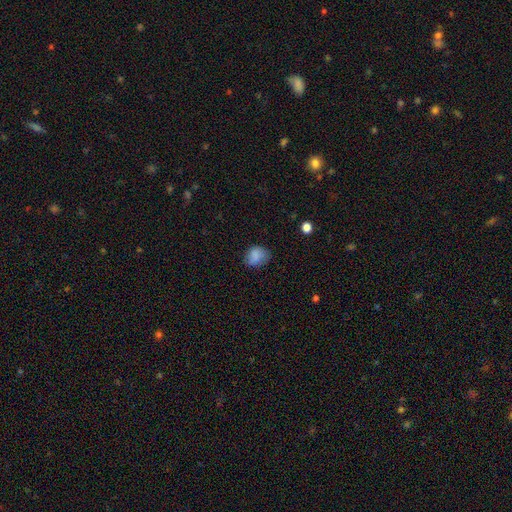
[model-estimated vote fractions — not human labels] smooth-or-featured: smooth: 82% | star or artifact: 10% | featured or disk: 8%
  how-rounded: in between: 50% | round: 49% | cigar-shaped: 1%
  merging: none: 65% | minor disturbance: 26% | major disturbance: 8% | merger: 2%